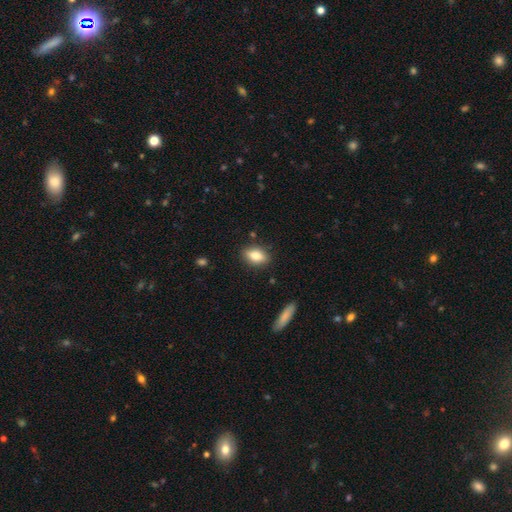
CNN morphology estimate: smooth-or-featured: smooth: 80% | featured or disk: 12% | star or artifact: 8%
  how-rounded: in between: 84% | round: 10% | cigar-shaped: 6%
  merging: none: 85% | minor disturbance: 11% | major disturbance: 3% | merger: 2%